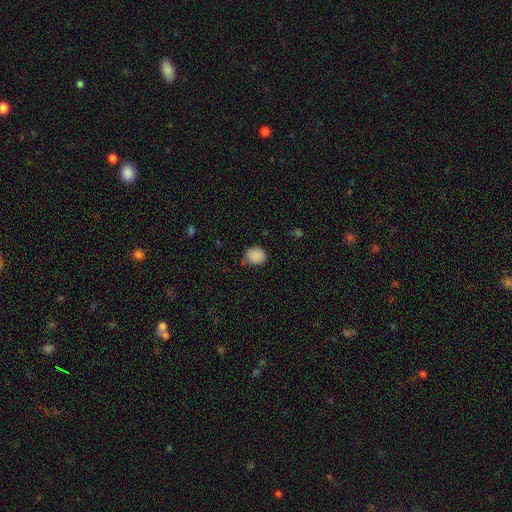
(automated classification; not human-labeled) Smooth or featured?
  - smooth: 88% *
  - star or artifact: 9%
  - featured or disk: 4%
How rounded?
  - round: 68% *
  - in between: 31%
  - cigar-shaped: 1%
Merging?
  - none: 72% *
  - minor disturbance: 22%
  - major disturbance: 4%
  - merger: 2%